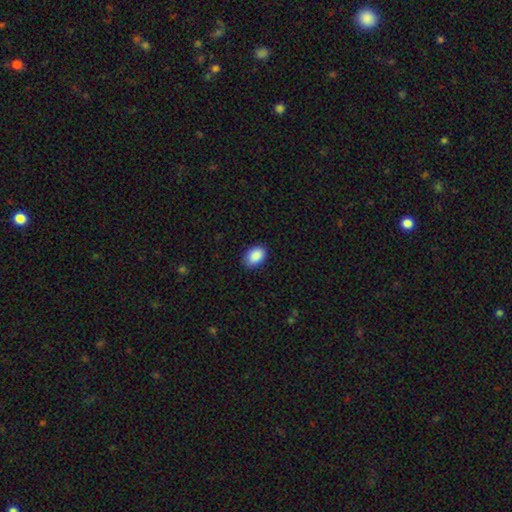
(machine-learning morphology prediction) This is clearly a smooth galaxy (90%). How rounded: clearly in between (88%). Merging: clearly none (86%).